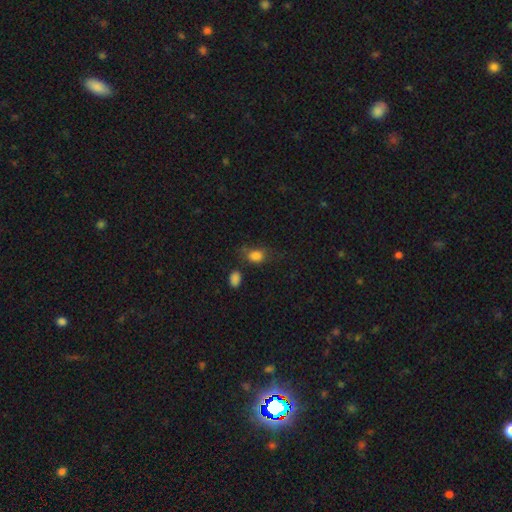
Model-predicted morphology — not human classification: The model was most divided on "merging": none: 54%, minor disturbance: 25%, major disturbance: 13%, merger: 8%. More confident: smooth or featured — smooth (81%); how rounded — in between (65%).